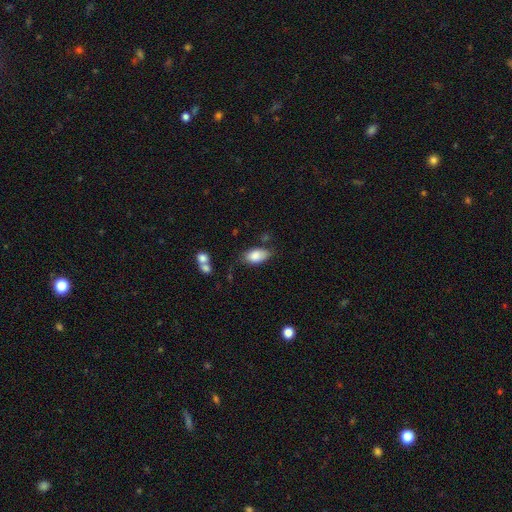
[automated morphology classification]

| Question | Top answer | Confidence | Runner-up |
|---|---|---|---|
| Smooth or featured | smooth | 85% | featured or disk (8%) |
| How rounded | in between | 92% | round (5%) |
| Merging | none | 65% | minor disturbance (25%) |